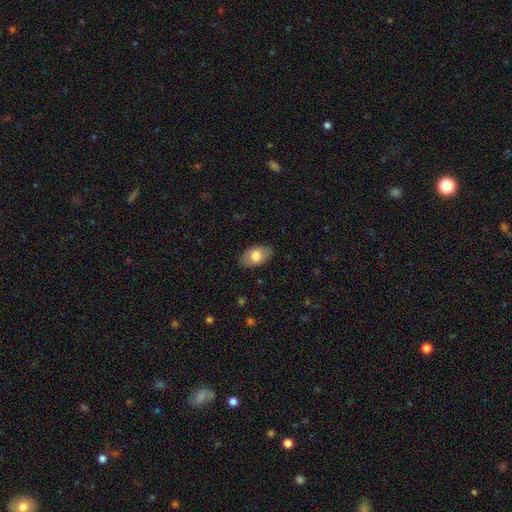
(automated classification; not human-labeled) Overall: smooth (76%). How rounded: in between (92%). Merging: none (85%).